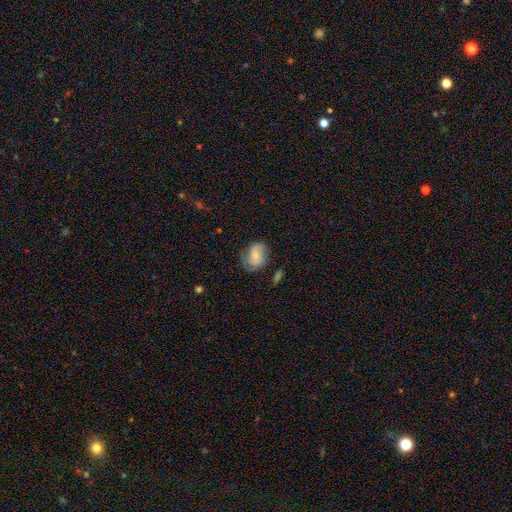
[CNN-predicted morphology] smooth-or-featured: featured or disk: 50% | smooth: 43% | star or artifact: 7%
  merging: none: 63% | minor disturbance: 25% | major disturbance: 10% | merger: 2%